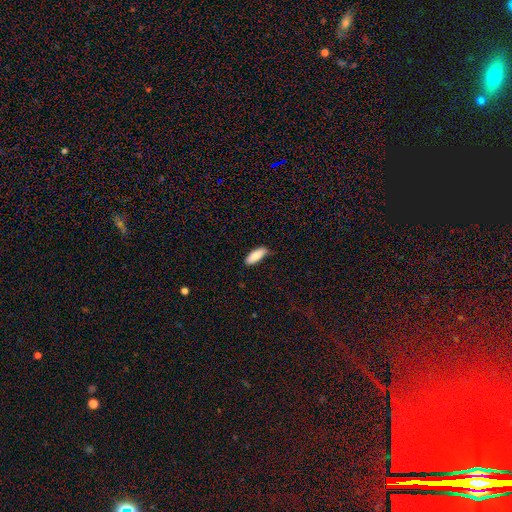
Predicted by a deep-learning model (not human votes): Smooth or featured: smooth — 87% (featured or disk — 8%)
How rounded: in between — 72% (cigar-shaped — 26%)
Merging: none — 78% (minor disturbance — 18%)